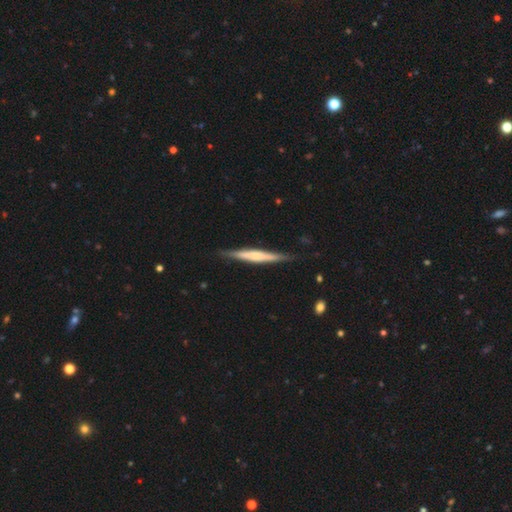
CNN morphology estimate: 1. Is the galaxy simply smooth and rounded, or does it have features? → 56% featured or disk, 38% smooth, 5% star or artifact.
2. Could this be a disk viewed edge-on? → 96% yes, 4% no.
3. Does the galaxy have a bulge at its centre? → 41% rounded, 36% none, 22% boxy.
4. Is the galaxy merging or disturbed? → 85% none, 12% minor disturbance, 2% major disturbance, 1% merger.